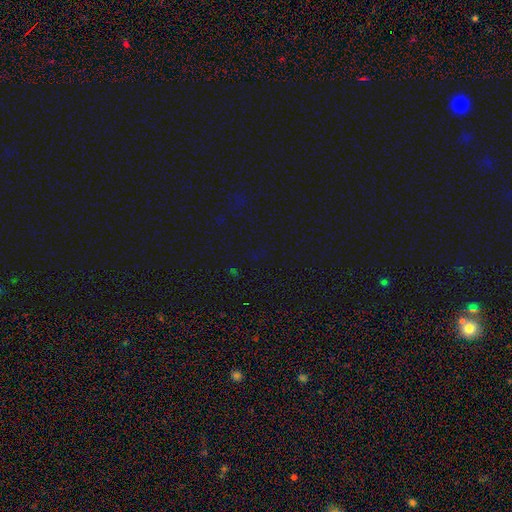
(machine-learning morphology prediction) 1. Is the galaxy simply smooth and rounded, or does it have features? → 71% star or artifact, 22% smooth, 7% featured or disk.